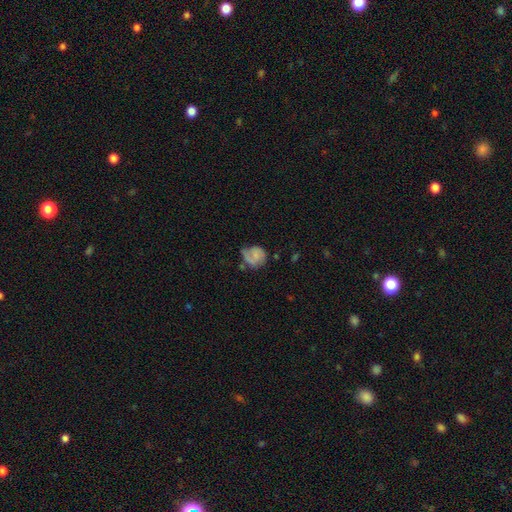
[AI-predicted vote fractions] Q: Smooth or featured?
A: smooth (49%); runner-up: featured or disk (42%)
Q: Merging?
A: none (41%); runner-up: minor disturbance (31%)